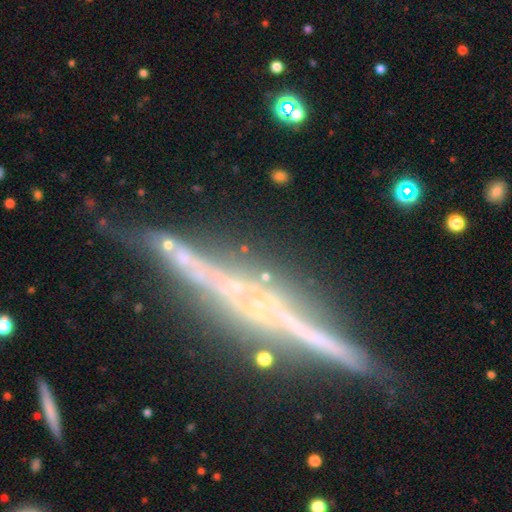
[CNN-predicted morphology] Q: Smooth or featured?
A: featured or disk (75%); runner-up: star or artifact (13%)
Q: Edge-on disk?
A: yes (94%); runner-up: no (6%)
Q: Edge-on bulge?
A: none (66%); runner-up: rounded (22%)
Q: Merging?
A: none (77%); runner-up: minor disturbance (14%)